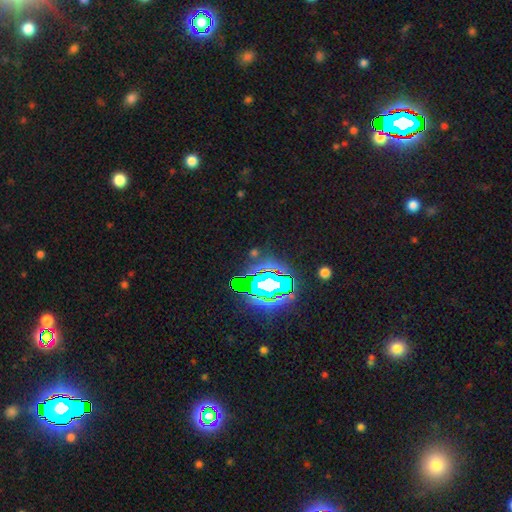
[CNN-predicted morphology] smooth_or_featured: star or artifact (p=0.71) [alt: featured or disk p=0.15]